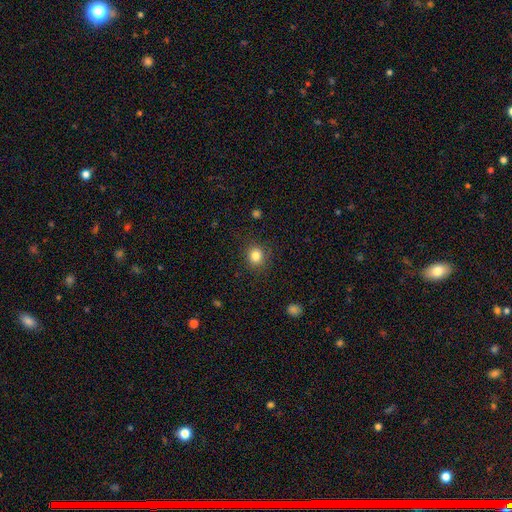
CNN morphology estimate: Overall: smooth (83%). How rounded: round (86%). Merging: none (87%).